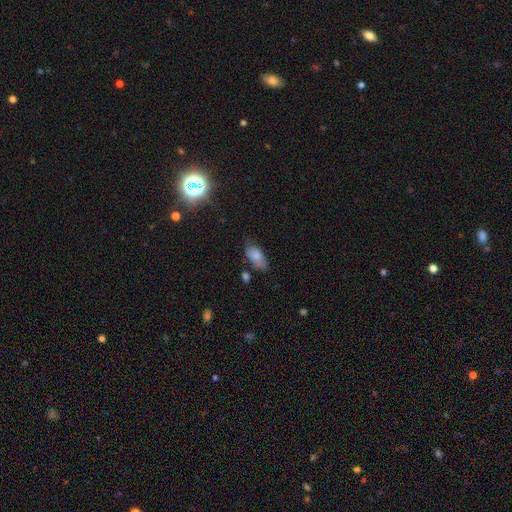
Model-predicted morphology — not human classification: The model was most divided on "merging": none: 53%, minor disturbance: 29%, major disturbance: 9%, merger: 8%. More confident: how rounded — in between (90%); smooth or featured — smooth (76%).